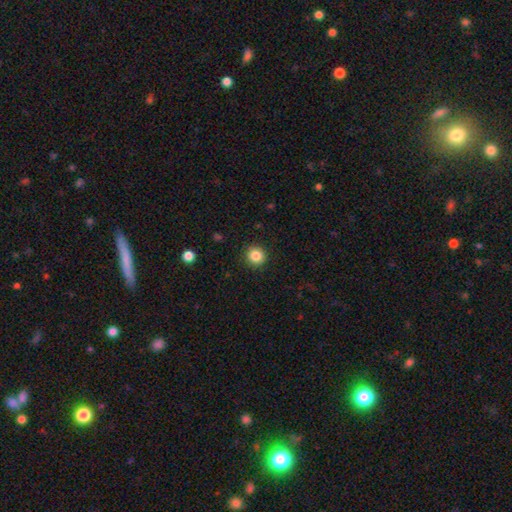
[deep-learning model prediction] smooth_or_featured: smooth (p=0.86) [alt: star or artifact p=0.10]
how_rounded: round (p=0.92) [alt: in between p=0.07]
merging: none (p=0.91) [alt: minor disturbance p=0.06]